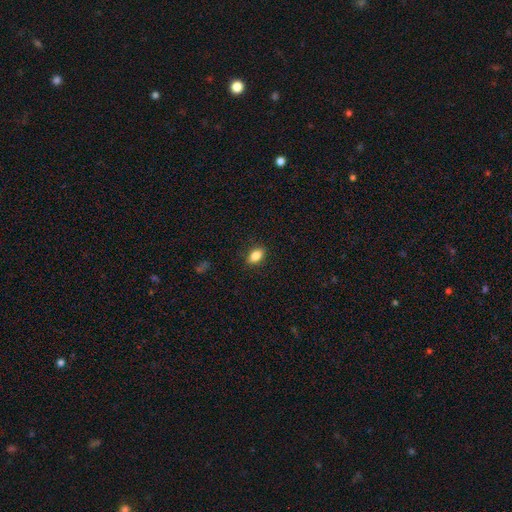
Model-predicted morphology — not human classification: smooth-or-featured: smooth: 83% | star or artifact: 8% | featured or disk: 8%
  how-rounded: in between: 86% | round: 10% | cigar-shaped: 4%
  merging: none: 87% | minor disturbance: 9% | major disturbance: 2% | merger: 1%